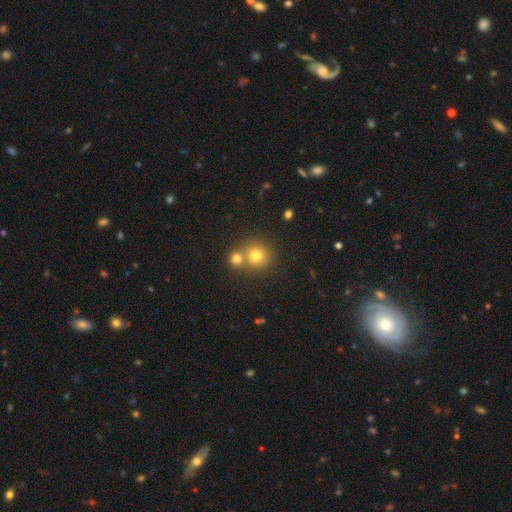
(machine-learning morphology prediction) Smooth or featured? smooth (77%)
How rounded? round (89%)
Merging? none (55%)